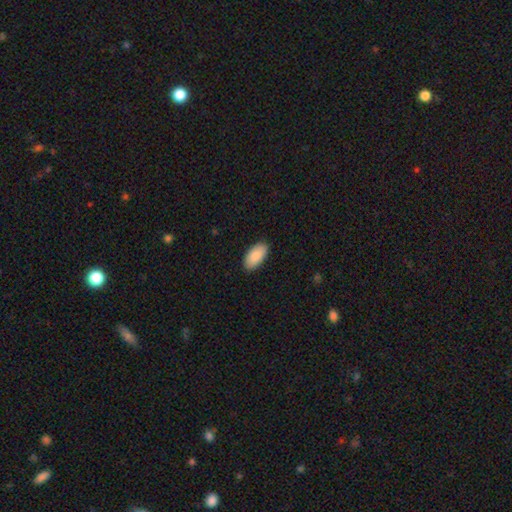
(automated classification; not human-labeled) Q: Smooth or featured?
A: smooth (87%); runner-up: featured or disk (7%)
Q: How rounded?
A: in between (95%); runner-up: cigar-shaped (3%)
Q: Merging?
A: none (88%); runner-up: minor disturbance (9%)